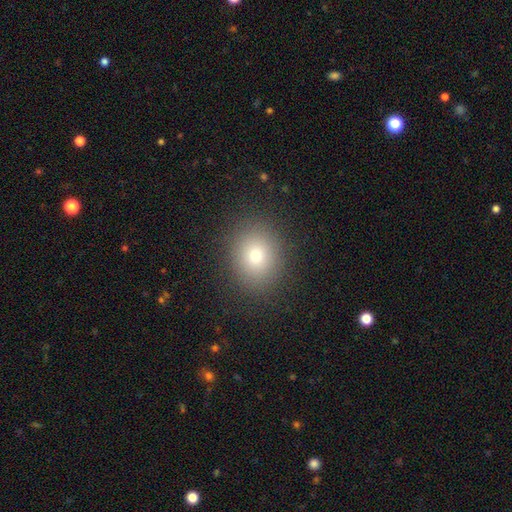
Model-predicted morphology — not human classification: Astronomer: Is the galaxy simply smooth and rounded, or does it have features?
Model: smooth — 76%.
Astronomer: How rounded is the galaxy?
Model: round — 64%.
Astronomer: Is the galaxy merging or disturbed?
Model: none — 88%.